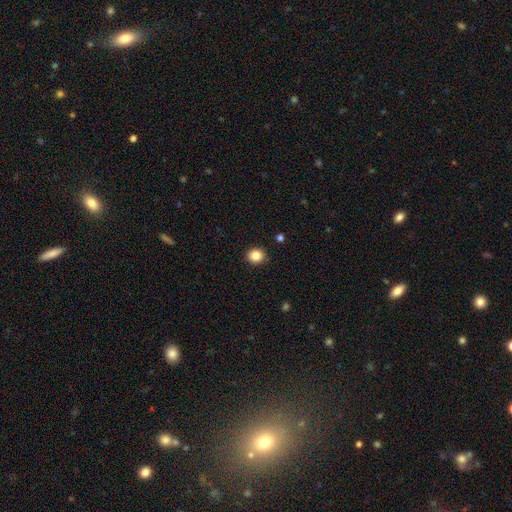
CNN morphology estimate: type=smooth (85%); roundness=round (82%); merging=none (91%).